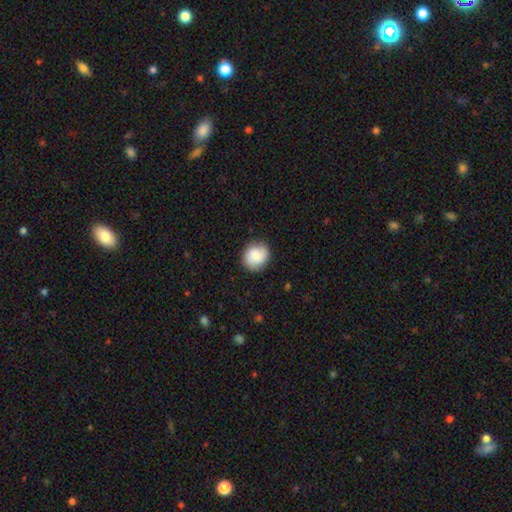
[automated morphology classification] Smooth or featured? smooth (80%)
How rounded? round (76%)
Merging? none (85%)